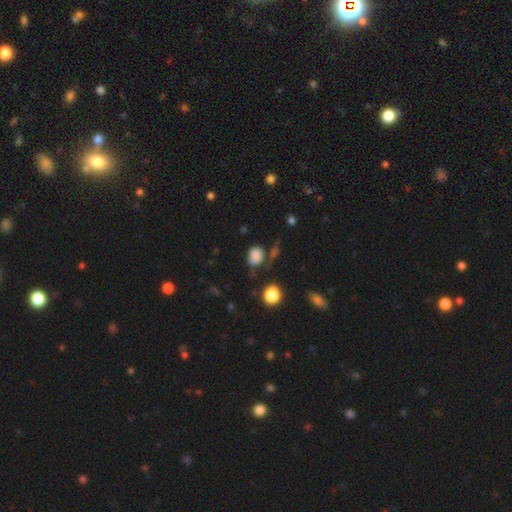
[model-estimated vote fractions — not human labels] This is clearly a smooth galaxy (81%). How rounded: possibly in between (50%). Merging: possibly none (57%).